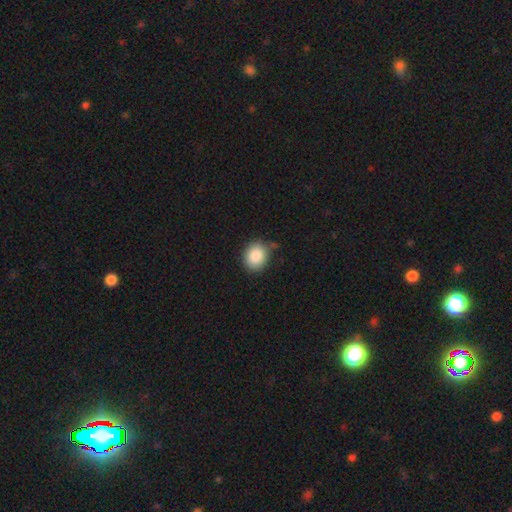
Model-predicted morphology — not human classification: Smooth or featured? smooth (87%)
How rounded? round (60%)
Merging? none (80%)